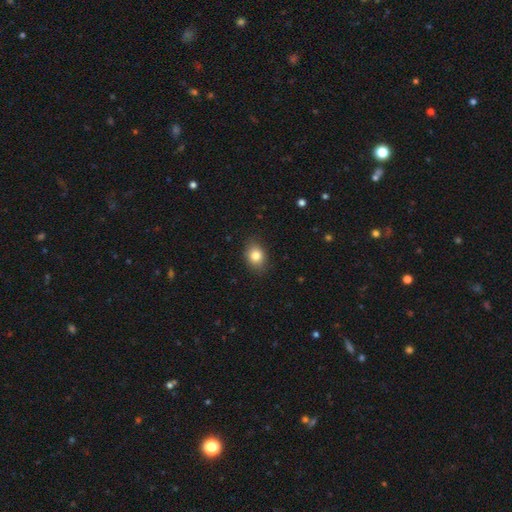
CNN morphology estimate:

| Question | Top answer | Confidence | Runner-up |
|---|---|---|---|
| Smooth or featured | smooth | 83% | star or artifact (9%) |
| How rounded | in between | 65% | round (34%) |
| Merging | none | 85% | minor disturbance (12%) |